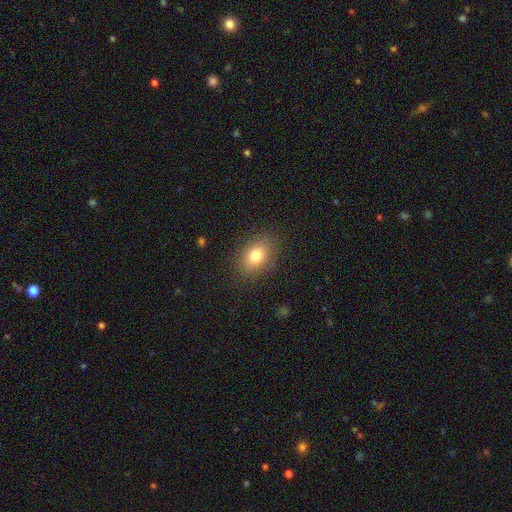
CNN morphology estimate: The model was most divided on "how rounded": in between: 77%, round: 21%, cigar-shaped: 2%. More confident: merging — none (86%); smooth or featured — smooth (79%).